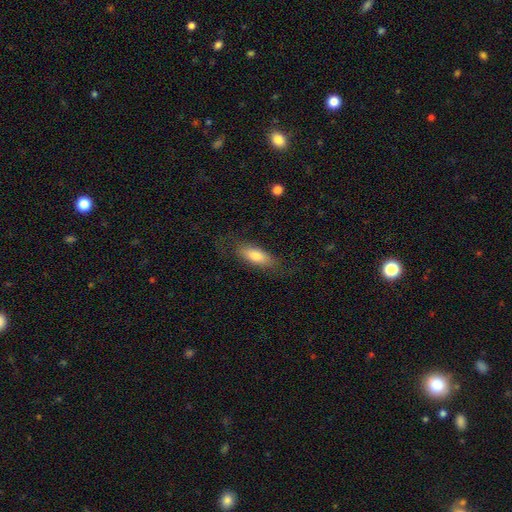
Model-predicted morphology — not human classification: A smooth galaxy with no disk features (72%) that is in between round and cigar-shaped (64%).

Vote fractions:
- Smooth or featured? smooth: 72% / featured or disk: 21% / star or artifact: 6%
- How rounded? in between: 64% / cigar-shaped: 33% / round: 2%
- Merging? none: 74% / minor disturbance: 17% / major disturbance: 8% / merger: 1%